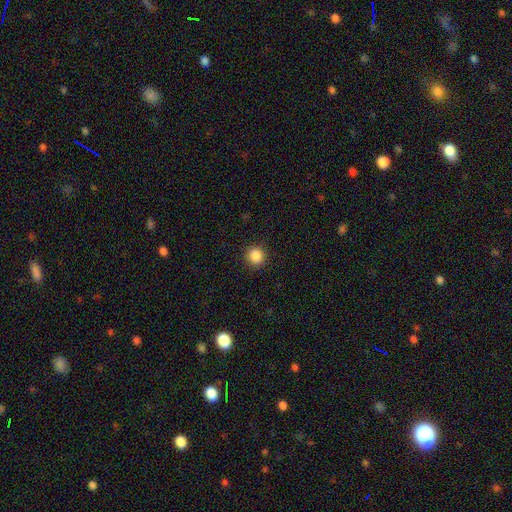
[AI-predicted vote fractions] Smooth or featured? Predicted: smooth (p=0.87). How rounded? Predicted: round (p=0.92). Merging? Predicted: none (p=0.92).